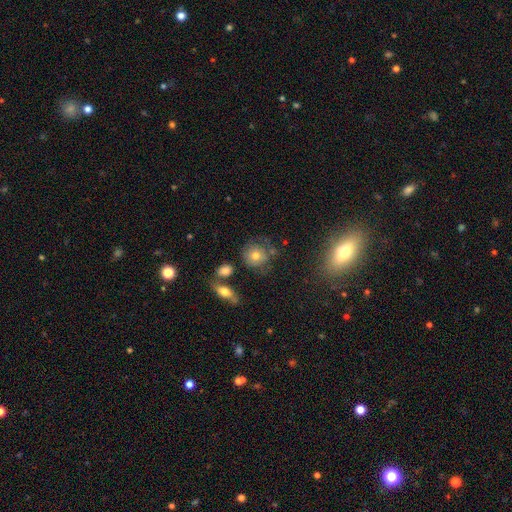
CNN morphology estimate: smooth 67%, featured or disk 22%, star or artifact 11%. Down the decision tree: how rounded — round (81%); merging — none (59%).